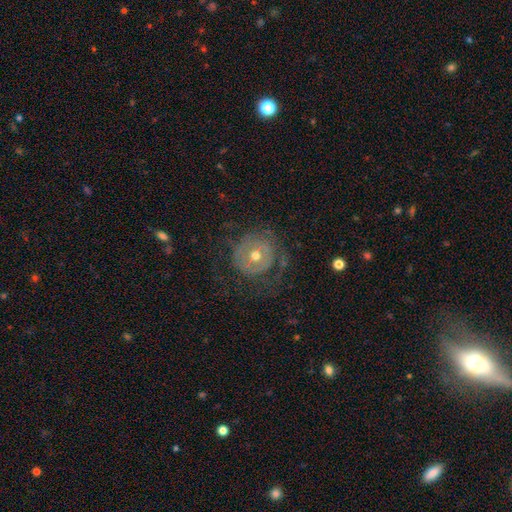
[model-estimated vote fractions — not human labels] This is possibly a featured or disk galaxy (60%). It is clearly not viewed edge-on (96%). Bar: likely no (77%). Spiral arm pattern: possibly no (51%). Central bulge: likely moderate (67%). Merging: likely none (61%).